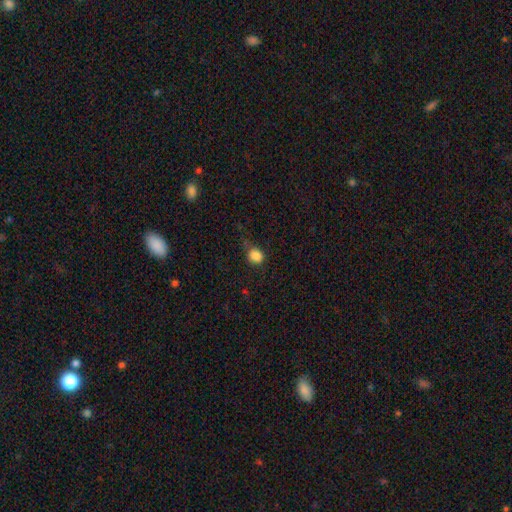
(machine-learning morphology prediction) type=smooth (85%); roundness=round (59%); merging=none (60%).